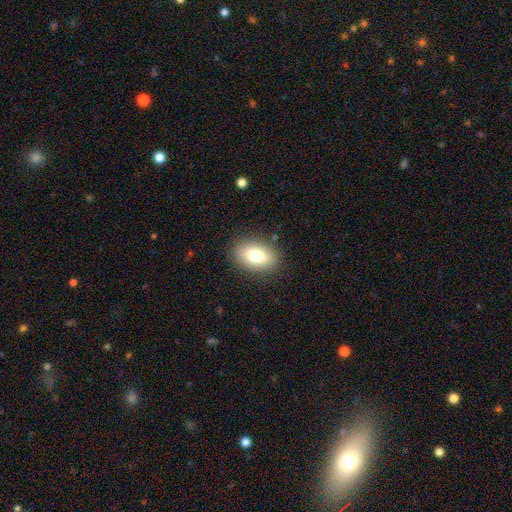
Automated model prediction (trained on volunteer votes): Smooth or featured? smooth (78%)
How rounded? in between (87%)
Merging? none (86%)